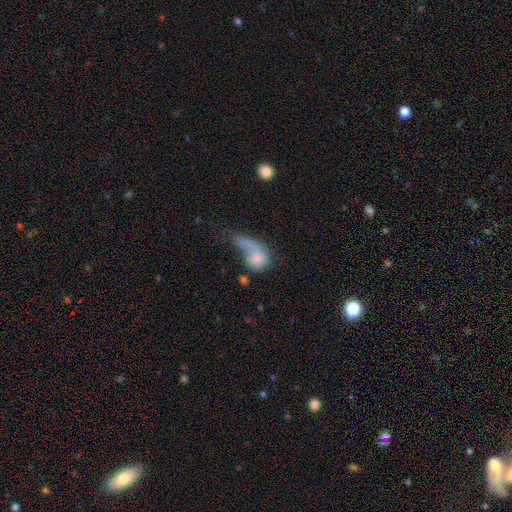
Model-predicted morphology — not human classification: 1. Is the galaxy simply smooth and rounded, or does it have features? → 67% smooth, 24% featured or disk, 9% star or artifact.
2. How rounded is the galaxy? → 53% in between, 43% round, 5% cigar-shaped.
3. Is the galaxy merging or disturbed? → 47% major disturbance, 19% none, 18% merger, 16% minor disturbance.